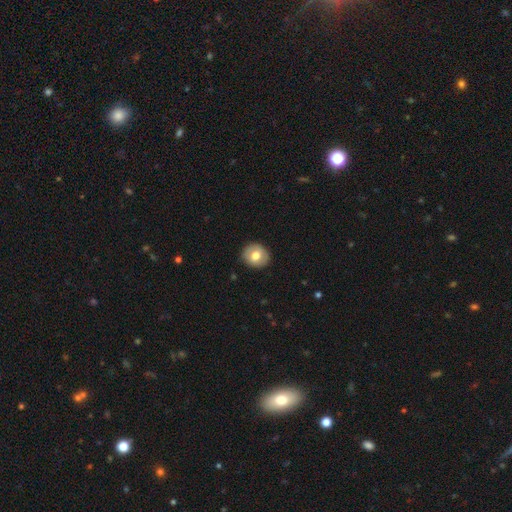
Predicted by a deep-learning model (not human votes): smooth 72%, featured or disk 21%, star or artifact 7%. Down the decision tree: how rounded — round (83%); merging — none (89%).